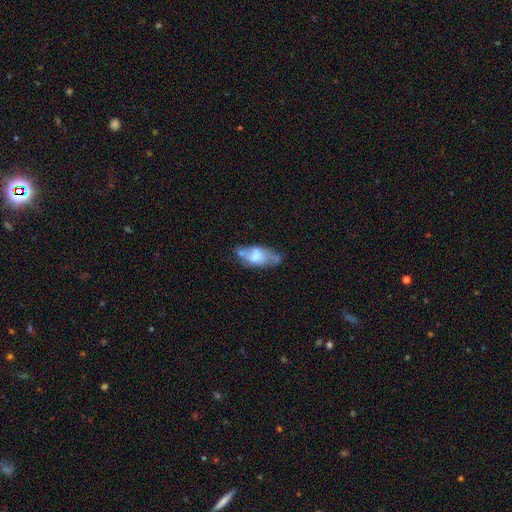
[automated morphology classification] smooth 49%, featured or disk 42%, star or artifact 8%. Down the decision tree: merging — none (37%).